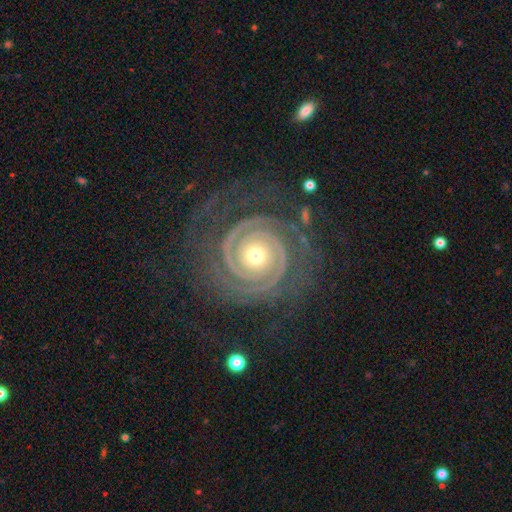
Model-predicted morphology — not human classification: A featured or disk galaxy (91%) with no bar (79%), 2 (64%) tight (88%) spiral arms (99%) and a moderate central bulge (54%).

Vote fractions:
- Smooth or featured? featured or disk: 91% / star or artifact: 5% / smooth: 3%
- Edge-on disk? no: 97% / yes: 3%
- Bar? no: 79% / weak: 11% / strong: 10%
- Spiral arms? yes: 99% / no: 1%
- Spiral winding? tight: 88% / medium: 10% / loose: 2%
- Spiral arm count? 2: 64% / 3: 13% / can't tell: 8% / 4: 5% / more than 4: 5% / 1: 5%
- Bulge size? moderate: 54% / small: 41% / large: 3% / dominant: 1% / none: 1%
- Merging? none: 75% / minor disturbance: 14% / major disturbance: 9% / merger: 2%